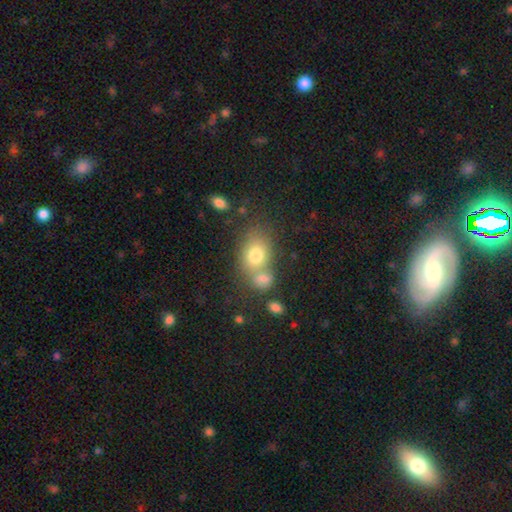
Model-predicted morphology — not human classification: Smooth or featured: smooth — 75% (featured or disk — 14%)
How rounded: in between — 65% (round — 33%)
Merging: none — 45% (merger — 37%)